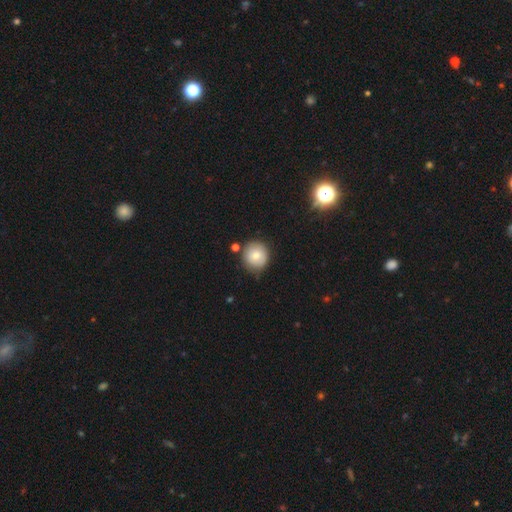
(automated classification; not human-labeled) Smooth or featured: smooth — 77% (featured or disk — 14%)
How rounded: round — 91% (in between — 8%)
Merging: none — 81% (minor disturbance — 12%)